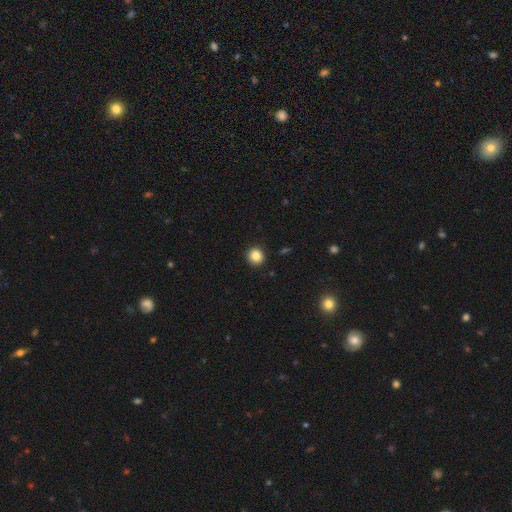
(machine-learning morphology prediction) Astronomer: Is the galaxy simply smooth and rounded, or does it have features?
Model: smooth — 86%.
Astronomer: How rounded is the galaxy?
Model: round — 91%.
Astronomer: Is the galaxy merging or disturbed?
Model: none — 92%.